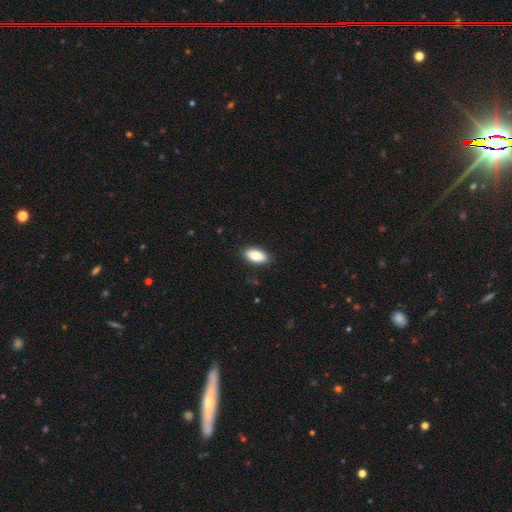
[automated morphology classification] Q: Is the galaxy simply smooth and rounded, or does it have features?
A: smooth — 85%.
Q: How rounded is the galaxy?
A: in between — 91%.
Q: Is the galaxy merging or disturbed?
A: none — 88%.